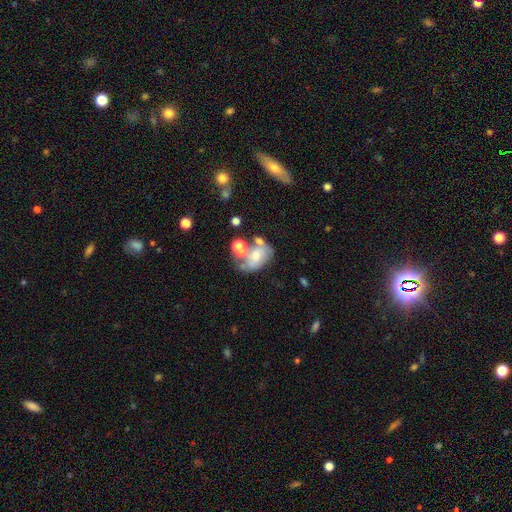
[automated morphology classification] smooth 47%, featured or disk 42%, star or artifact 11%. Down the decision tree: merging — merger (35%).